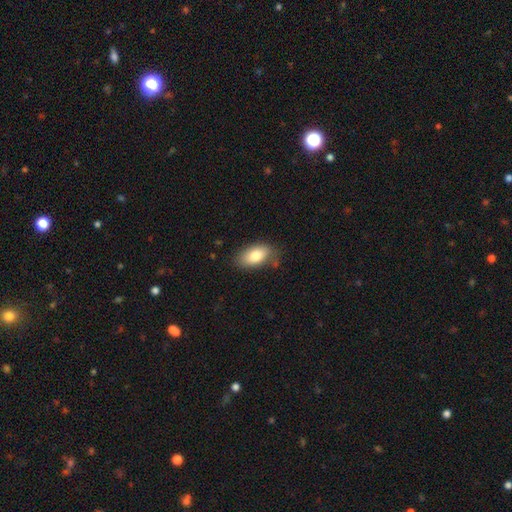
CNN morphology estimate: Smooth or featured: smooth — 80% (featured or disk — 13%)
How rounded: in between — 92% (round — 5%)
Merging: none — 76% (minor disturbance — 18%)